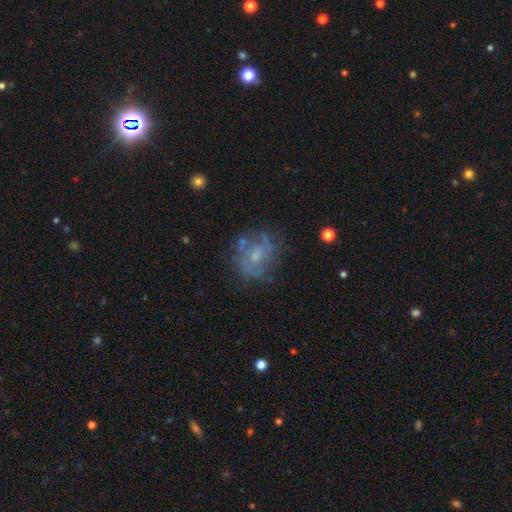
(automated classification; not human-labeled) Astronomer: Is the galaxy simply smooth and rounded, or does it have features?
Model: featured or disk — 65%.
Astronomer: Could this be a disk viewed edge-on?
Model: no — 97%.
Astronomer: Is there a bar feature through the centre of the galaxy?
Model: no — 67%.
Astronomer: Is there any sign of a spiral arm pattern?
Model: yes — 68%.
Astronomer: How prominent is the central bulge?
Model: small — 48% (runner-up: moderate, 38%).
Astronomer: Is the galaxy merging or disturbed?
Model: none — 62%.